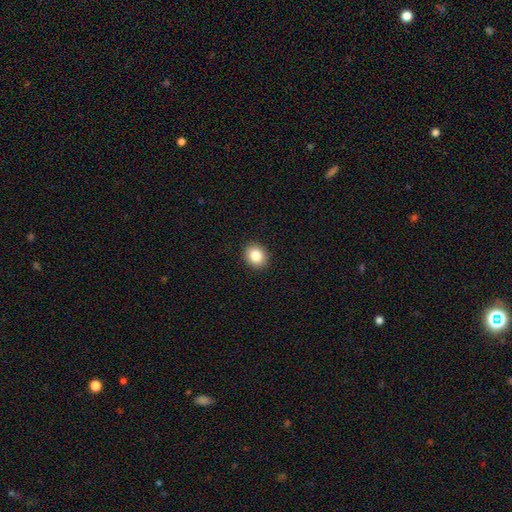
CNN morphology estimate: The model was most divided on "how rounded": round: 70%, in between: 29%, cigar-shaped: 1%. More confident: merging — none (92%); smooth or featured — smooth (84%).